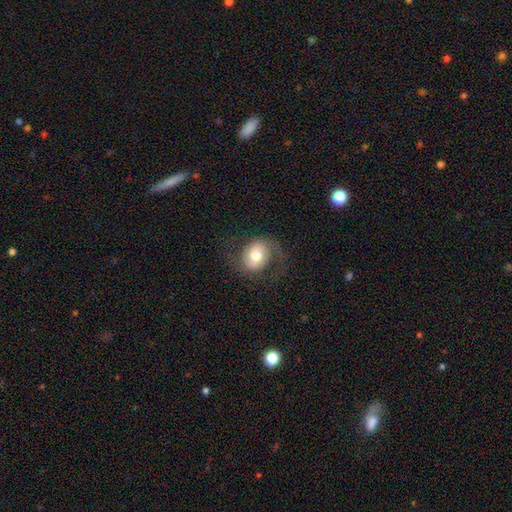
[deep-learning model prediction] Overall: smooth (47%; featured or disk 44%). Merging: none (69%).